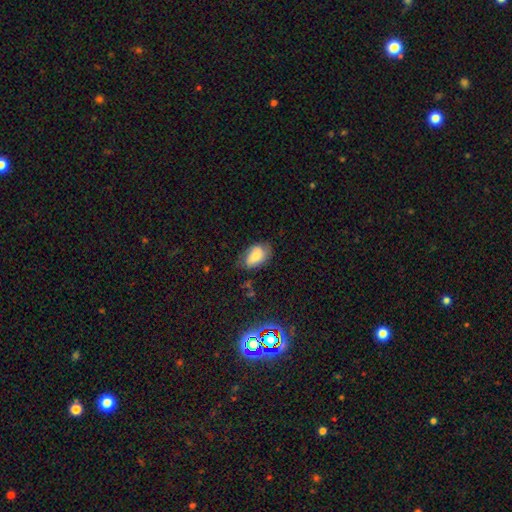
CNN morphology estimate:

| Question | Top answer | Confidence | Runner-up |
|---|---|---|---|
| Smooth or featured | smooth | 68% | featured or disk (22%) |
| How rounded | in between | 88% | round (10%) |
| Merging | none | 61% | minor disturbance (28%) |